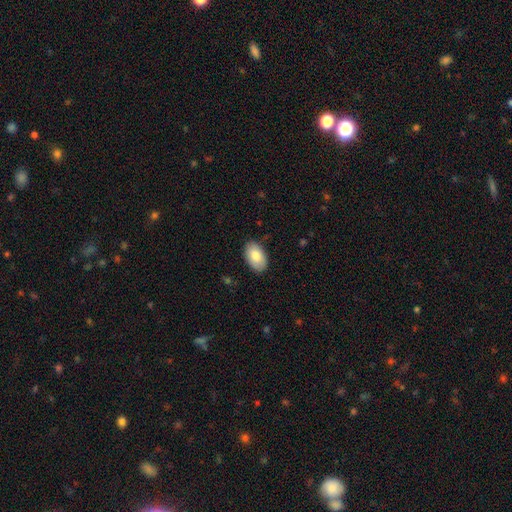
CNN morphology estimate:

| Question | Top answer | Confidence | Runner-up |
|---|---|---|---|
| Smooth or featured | smooth | 81% | featured or disk (13%) |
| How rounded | in between | 93% | round (6%) |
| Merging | none | 86% | minor disturbance (11%) |